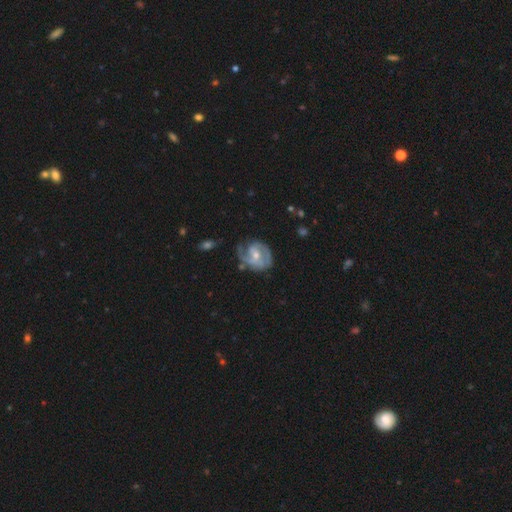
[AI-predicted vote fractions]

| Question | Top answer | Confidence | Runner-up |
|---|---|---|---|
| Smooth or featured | featured or disk | 83% | smooth (12%) |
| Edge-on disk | no | 98% | yes (2%) |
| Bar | weak | 45% | no (39%) |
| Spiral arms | yes | 93% | no (7%) |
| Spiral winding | medium | 46% | tight (37%) |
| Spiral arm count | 2 | 65% | 1 (12%) |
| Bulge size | moderate | 48% | small (47%) |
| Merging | none | 57% | minor disturbance (25%) |